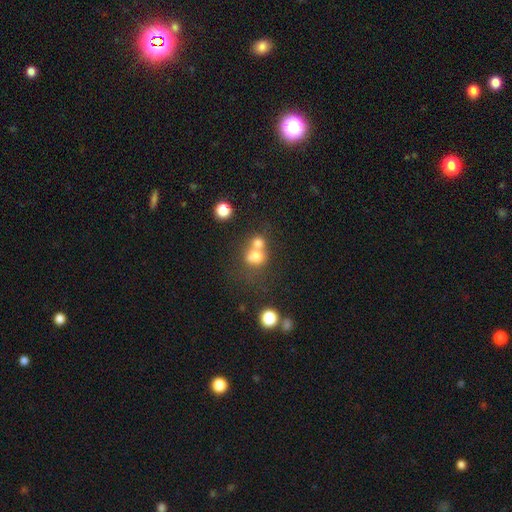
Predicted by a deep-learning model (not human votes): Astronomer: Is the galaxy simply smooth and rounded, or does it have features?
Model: smooth — 71%.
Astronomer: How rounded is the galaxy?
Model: round — 75%.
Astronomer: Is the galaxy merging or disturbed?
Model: merger — 58%.